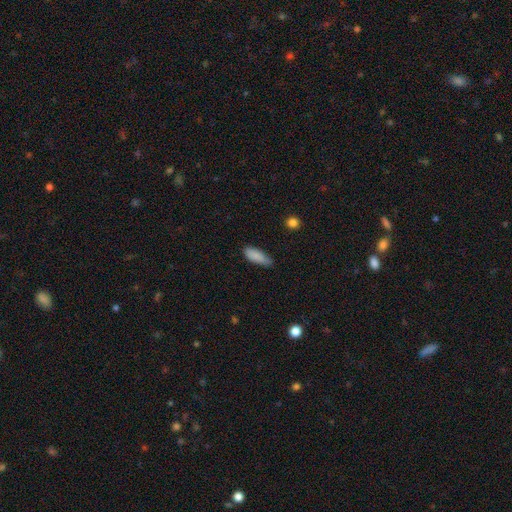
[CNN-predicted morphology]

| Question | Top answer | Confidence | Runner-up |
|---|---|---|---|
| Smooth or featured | smooth | 87% | star or artifact (7%) |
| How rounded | in between | 65% | cigar-shaped (33%) |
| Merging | none | 68% | minor disturbance (26%) |